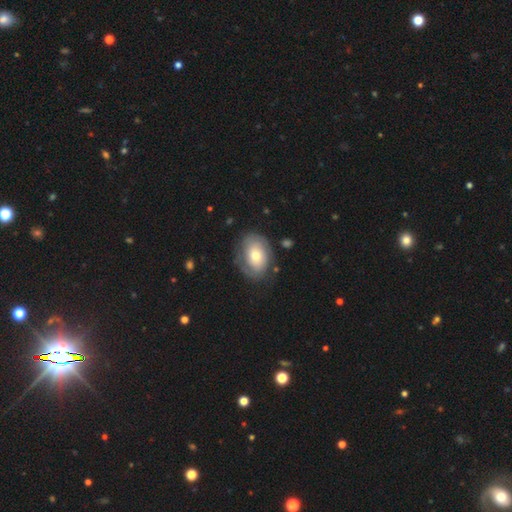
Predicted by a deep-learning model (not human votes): This is possibly a featured or disk galaxy (49%). Merging: likely none (72%).